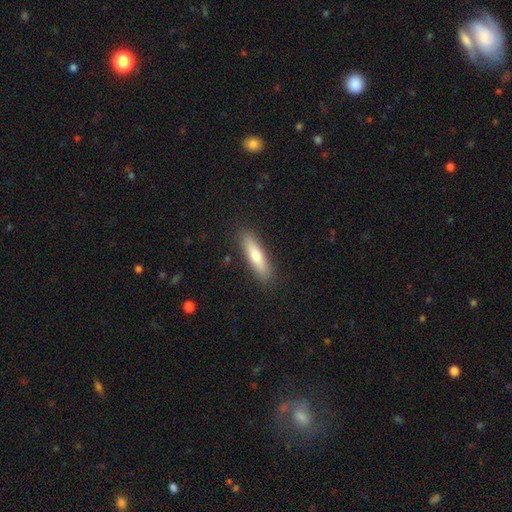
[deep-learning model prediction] smooth-or-featured: smooth: 68% | featured or disk: 26% | star or artifact: 6%
  how-rounded: cigar-shaped: 72% | in between: 26% | round: 2%
  merging: none: 88% | minor disturbance: 9% | major disturbance: 2% | merger: 1%